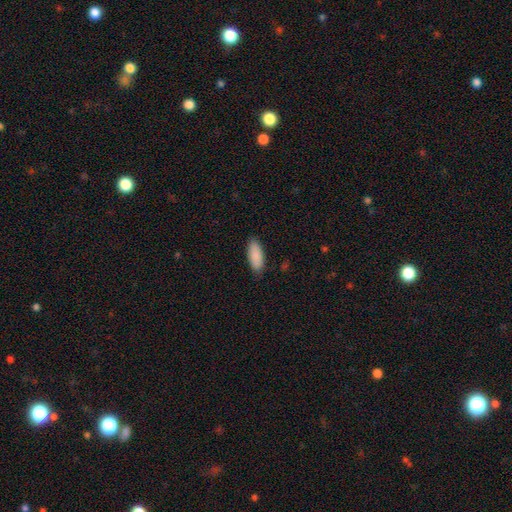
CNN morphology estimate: A smooth galaxy with no disk features (90%) that is in between round and cigar-shaped (80%).

Vote fractions:
- Smooth or featured? smooth: 90% / star or artifact: 6% / featured or disk: 5%
- How rounded? in between: 80% / cigar-shaped: 19% / round: 2%
- Merging? none: 85% / minor disturbance: 12% / major disturbance: 2% / merger: 1%